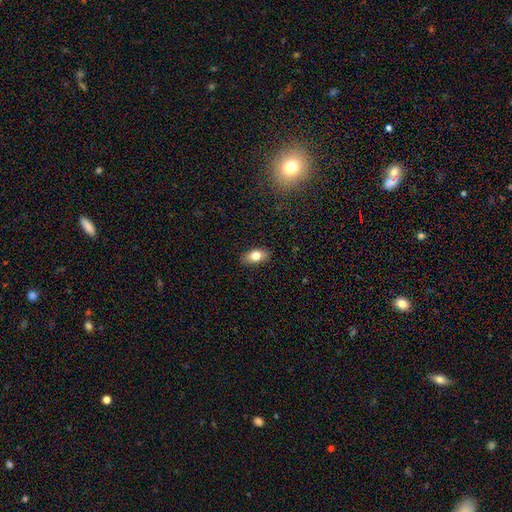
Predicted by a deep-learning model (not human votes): Smooth or featured? Predicted: smooth (p=0.79). How rounded? Predicted: in between (p=0.89). Merging? Predicted: none (p=0.87).